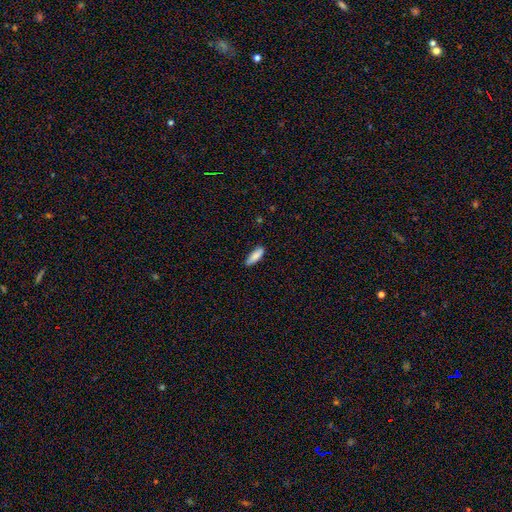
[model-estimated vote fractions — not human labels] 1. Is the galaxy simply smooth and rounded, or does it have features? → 85% smooth, 9% featured or disk, 6% star or artifact.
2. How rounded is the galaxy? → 56% in between, 43% cigar-shaped, 2% round.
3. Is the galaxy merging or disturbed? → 84% none, 13% minor disturbance, 2% major disturbance, 1% merger.